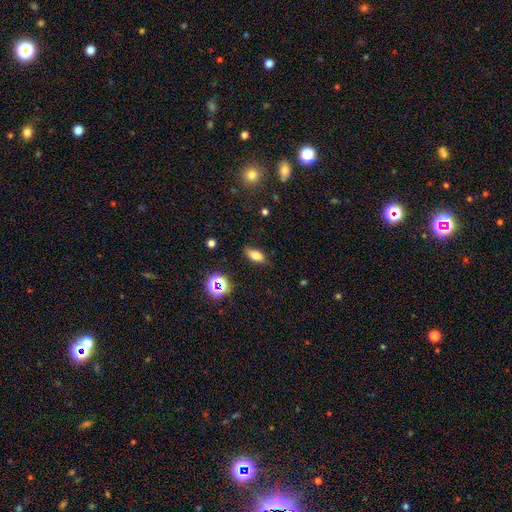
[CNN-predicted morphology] smooth-or-featured: smooth: 74% | star or artifact: 14% | featured or disk: 12%
  how-rounded: in between: 83% | cigar-shaped: 9% | round: 8%
  merging: none: 76% | minor disturbance: 17% | major disturbance: 5% | merger: 2%